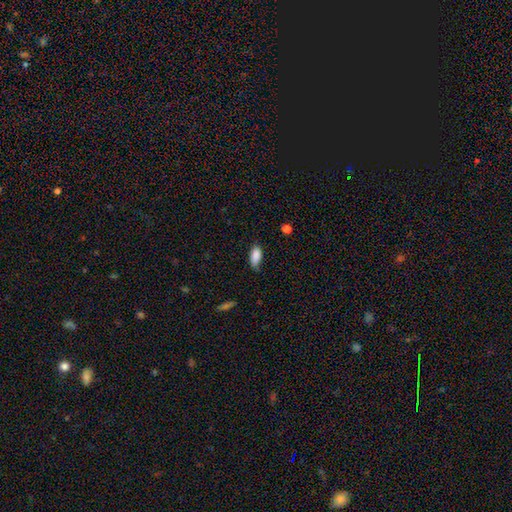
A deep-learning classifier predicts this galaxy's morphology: type=smooth (87%); roundness=in between (88%); merging=none (68%).